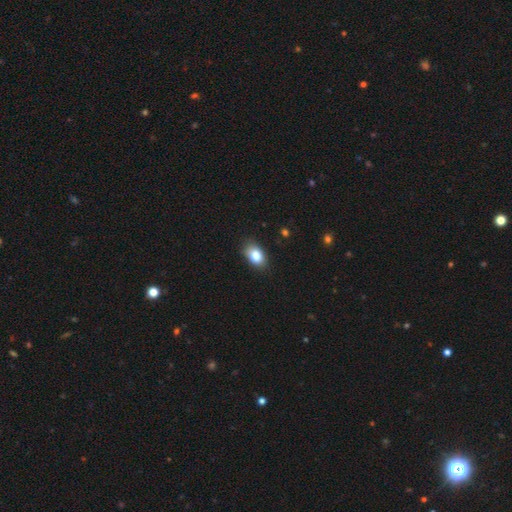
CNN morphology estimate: This appears to be a smooth galaxy with no disk features (84%) that is in between round and cigar-shaped (85%). Merging: none (82%).